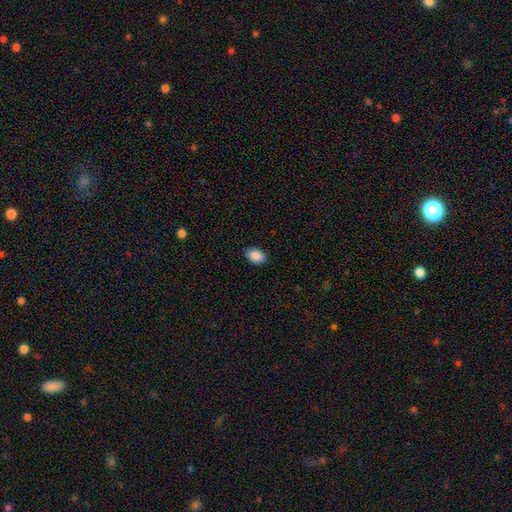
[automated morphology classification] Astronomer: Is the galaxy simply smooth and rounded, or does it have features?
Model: smooth — 89%.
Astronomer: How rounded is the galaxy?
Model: in between — 85%.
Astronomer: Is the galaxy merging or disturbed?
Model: none — 89%.